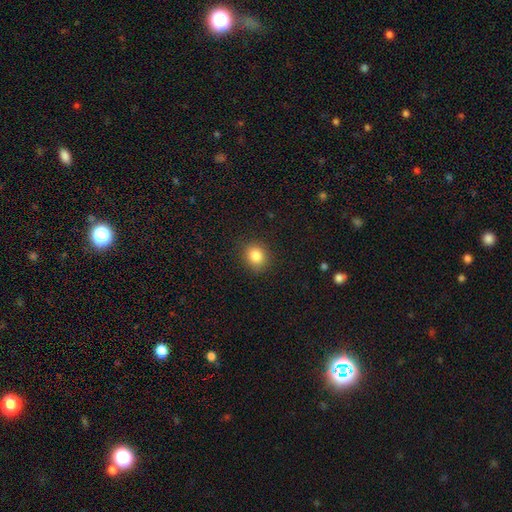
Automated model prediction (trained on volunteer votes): Q: Smooth or featured?
A: smooth (84%); runner-up: star or artifact (11%)
Q: How rounded?
A: round (73%); runner-up: in between (26%)
Q: Merging?
A: none (87%); runner-up: minor disturbance (9%)